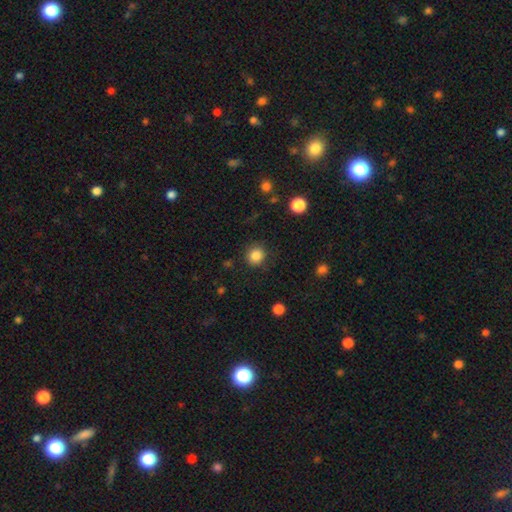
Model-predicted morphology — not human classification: Smooth or featured? Predicted: smooth (p=0.85). How rounded? Predicted: round (p=0.90). Merging? Predicted: none (p=0.86).